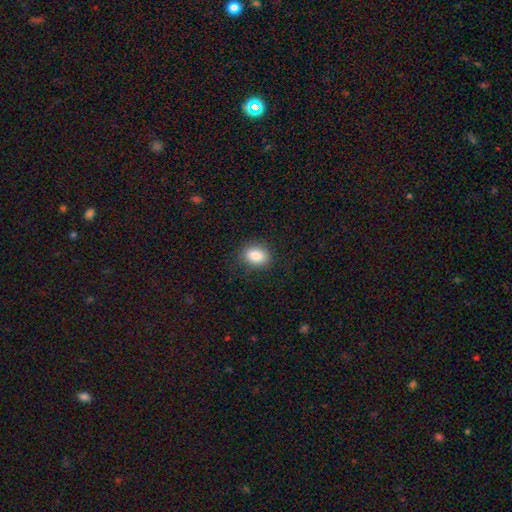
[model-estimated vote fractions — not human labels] Smooth or featured: smooth — 87% (star or artifact — 8%)
How rounded: in between — 71% (round — 28%)
Merging: none — 83% (minor disturbance — 12%)